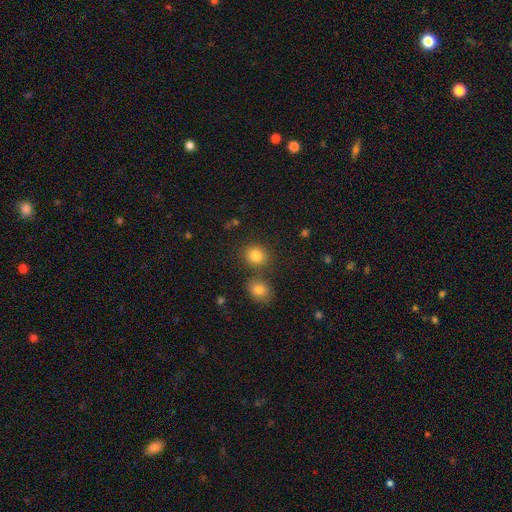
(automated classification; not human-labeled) This appears to be a smooth galaxy with no disk features (83%) that is round (74%). Merging: none (69%).